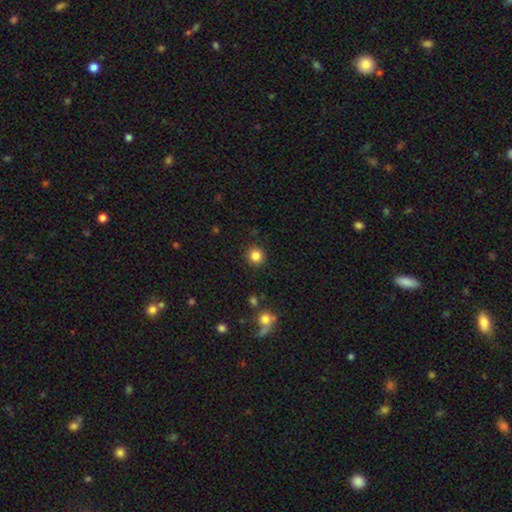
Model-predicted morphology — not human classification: This is clearly a smooth galaxy (84%). How rounded: clearly round (93%). Merging: clearly none (91%).